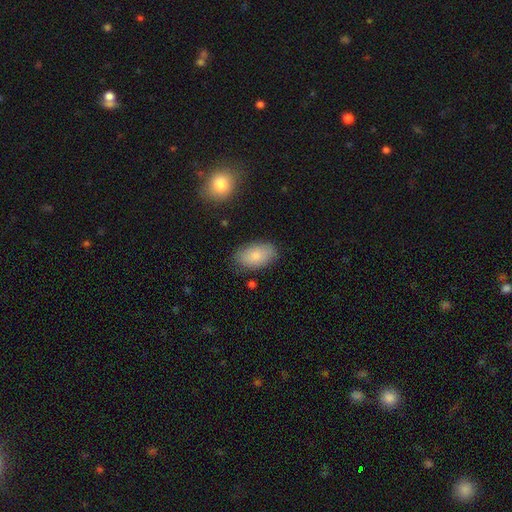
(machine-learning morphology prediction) smooth_or_featured: smooth (p=0.82) [alt: featured or disk p=0.12]
how_rounded: in between (p=0.93) [alt: round p=0.05]
merging: none (p=0.82) [alt: minor disturbance p=0.13]